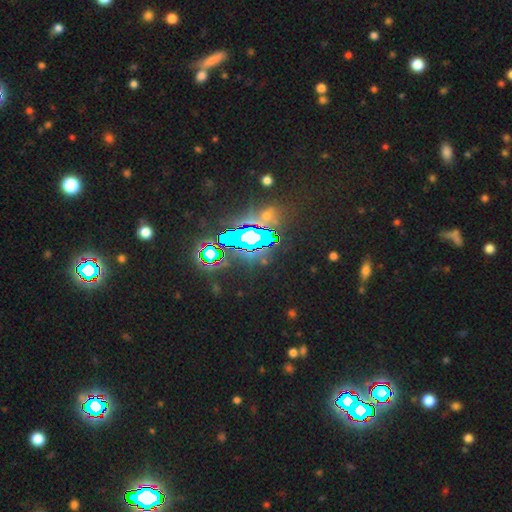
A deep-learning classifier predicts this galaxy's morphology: Smooth or featured? Predicted: star or artifact (p=0.80).